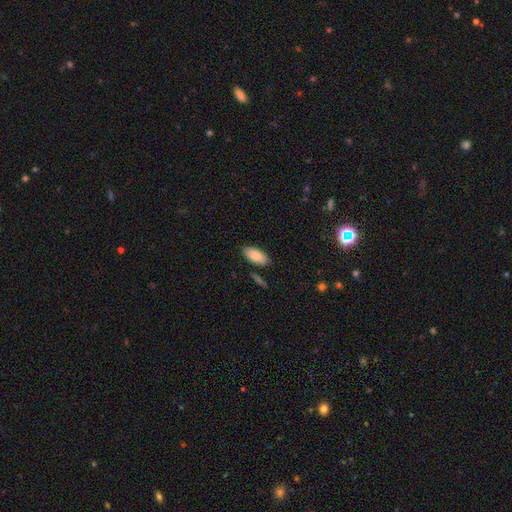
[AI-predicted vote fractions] This appears to be a smooth galaxy with no disk features (83%) that is in between round and cigar-shaped (92%). Merging: none (81%).